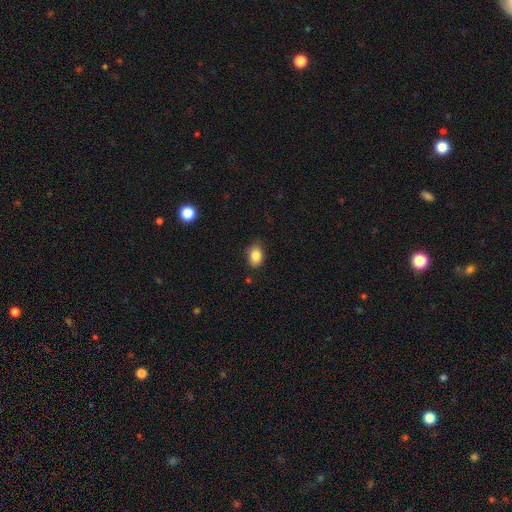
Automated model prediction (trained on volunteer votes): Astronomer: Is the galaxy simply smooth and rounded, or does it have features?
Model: smooth — 85%.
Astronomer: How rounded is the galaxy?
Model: in between — 72%.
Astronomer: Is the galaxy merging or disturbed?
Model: none — 82%.